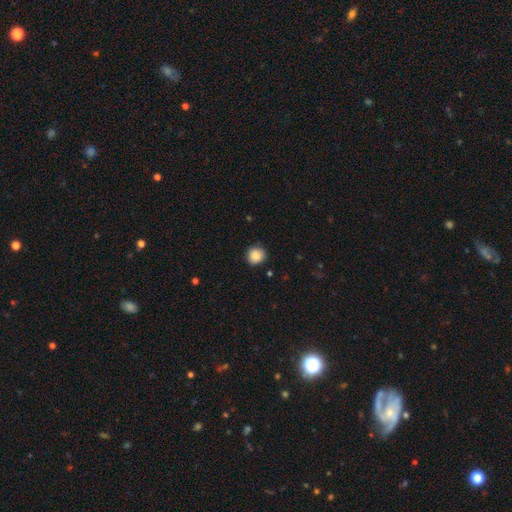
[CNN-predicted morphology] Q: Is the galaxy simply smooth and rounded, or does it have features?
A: smooth — 87%.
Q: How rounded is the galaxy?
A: round — 89%.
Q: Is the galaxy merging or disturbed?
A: none — 85%.